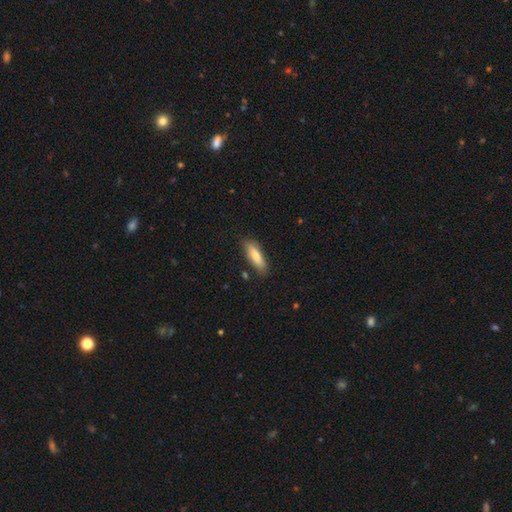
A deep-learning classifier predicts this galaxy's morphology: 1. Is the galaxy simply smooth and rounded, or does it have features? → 76% smooth, 18% featured or disk, 6% star or artifact.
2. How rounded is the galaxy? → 51% in between, 47% cigar-shaped, 2% round.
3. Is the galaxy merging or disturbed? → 80% none, 15% minor disturbance, 3% major disturbance, 2% merger.